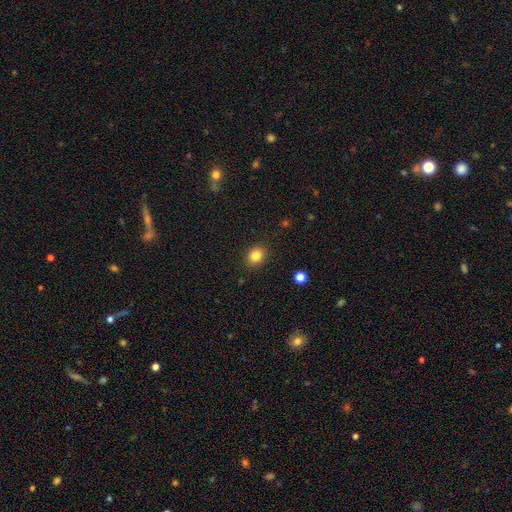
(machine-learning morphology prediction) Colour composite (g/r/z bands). It shows a smooth galaxy with no disk features (84%) that is round (51%). Merging: none (87%).